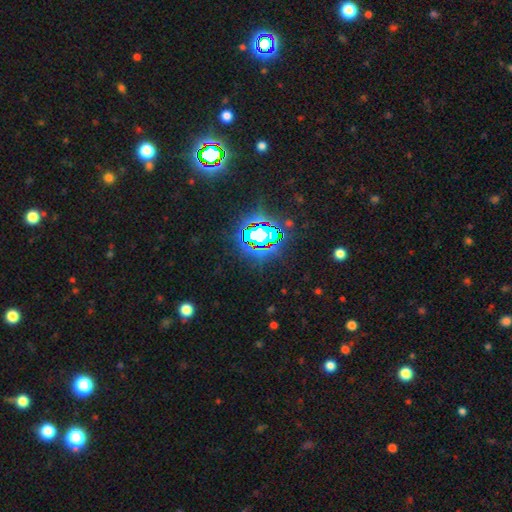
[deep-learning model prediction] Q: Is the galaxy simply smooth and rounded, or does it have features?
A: star or artifact — 83%.